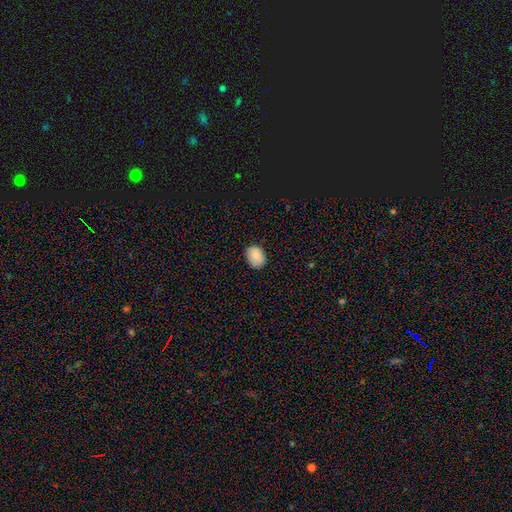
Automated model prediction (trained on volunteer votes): Smooth or featured: smooth — 87% (star or artifact — 8%)
How rounded: in between — 69% (round — 30%)
Merging: none — 83% (minor disturbance — 13%)